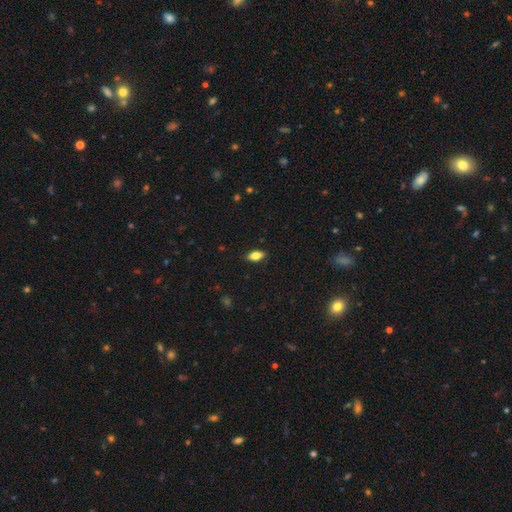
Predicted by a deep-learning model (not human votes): This is likely a smooth galaxy (76%). How rounded: clearly in between (86%). Merging: clearly none (87%).